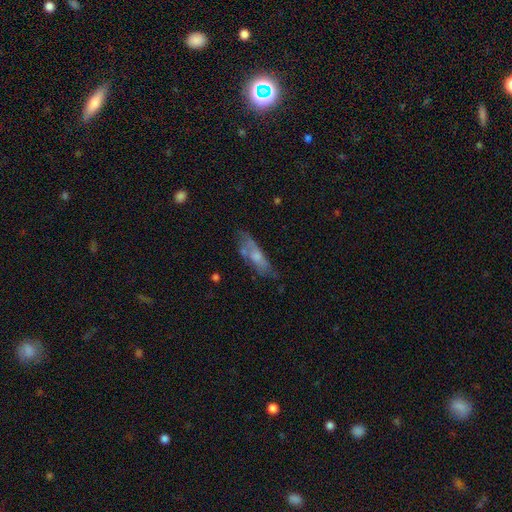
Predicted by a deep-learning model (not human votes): Overall: smooth (52%; featured or disk 40%). How rounded: cigar-shaped (54%; in between 44%). Merging: none (50%; minor disturbance 27%).